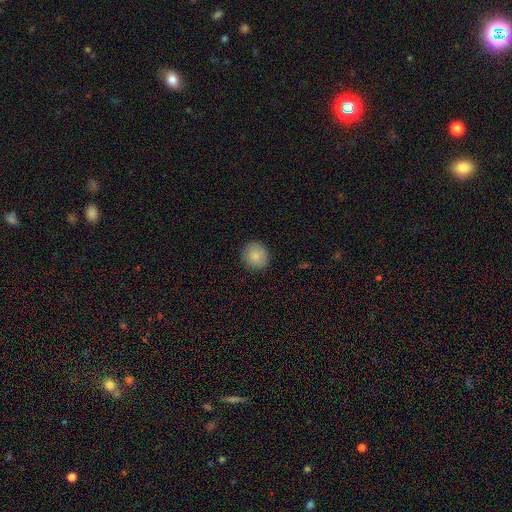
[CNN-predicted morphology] Smooth or featured: smooth — 87% (star or artifact — 8%)
How rounded: round — 91% (in between — 8%)
Merging: none — 90% (minor disturbance — 7%)